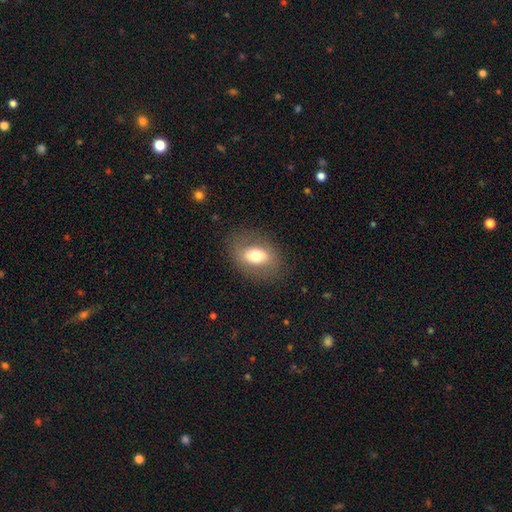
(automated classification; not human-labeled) Smooth or featured: smooth — 62% (featured or disk — 30%)
How rounded: in between — 77% (round — 21%)
Merging: none — 81% (minor disturbance — 13%)